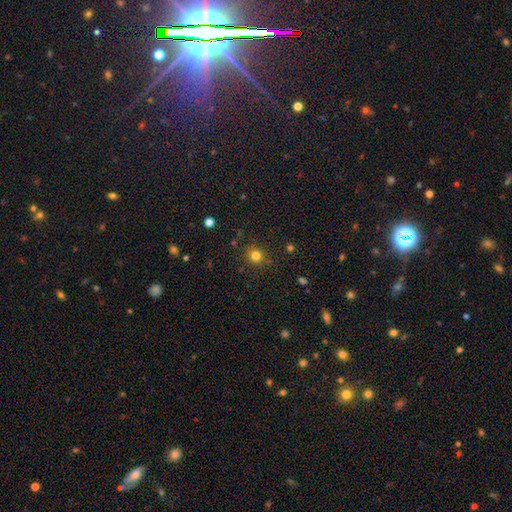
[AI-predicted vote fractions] Smooth or featured: smooth — 80% (star or artifact — 15%)
How rounded: round — 92% (in between — 7%)
Merging: none — 87% (minor disturbance — 8%)